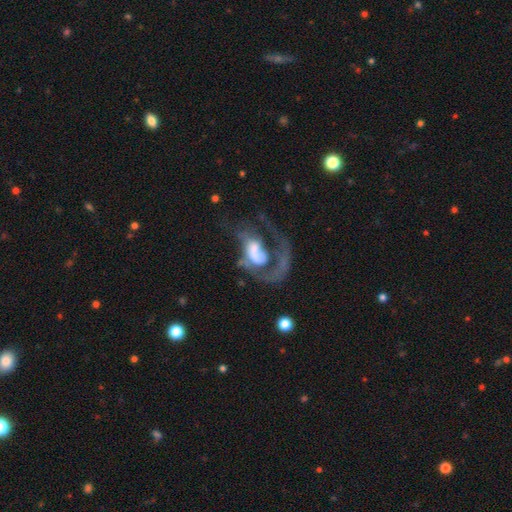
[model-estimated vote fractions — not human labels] smooth-or-featured: featured or disk: 68% | smooth: 24% | star or artifact: 8%
  disk-edge-on: no: 97% | yes: 3%
    bar: no: 64% | weak: 26% | strong: 10%
    has-spiral-arms: yes: 70% | no: 30%
    bulge-size: large: 32% | moderate: 29% | small: 16% | none: 15% | dominant: 8%
  merging: major disturbance: 60% | none: 19% | minor disturbance: 10% | merger: 10%